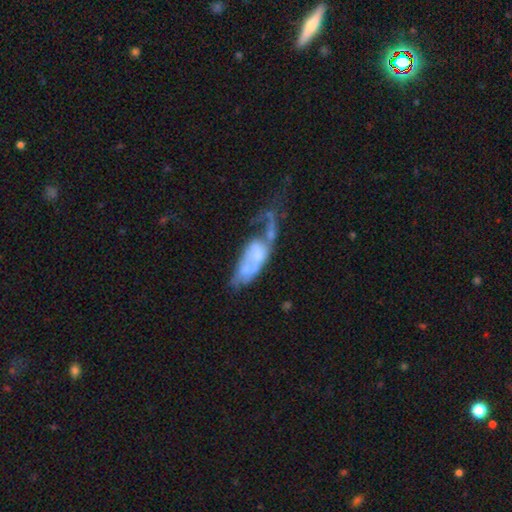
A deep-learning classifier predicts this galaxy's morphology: featured or disk 55%, smooth 36%, star or artifact 9%. Down the decision tree: edge-on disk — no (90%); merging — major disturbance (43%).